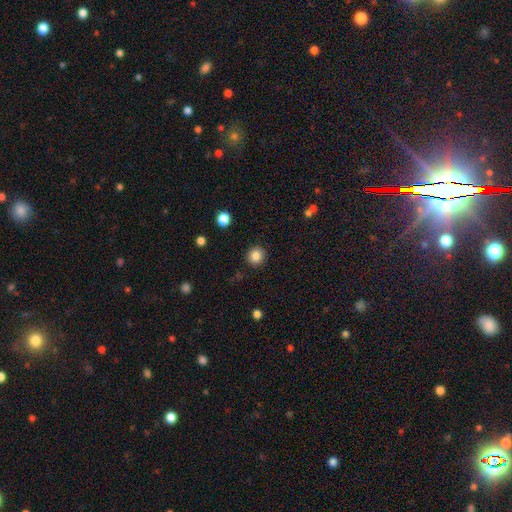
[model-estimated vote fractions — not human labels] This is clearly a smooth galaxy (85%). How rounded: clearly round (90%). Merging: clearly none (90%).